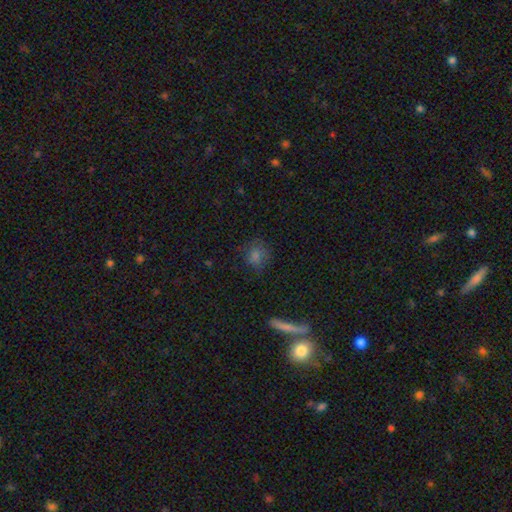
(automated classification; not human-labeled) A smooth galaxy with no disk features (71%) that is round (62%). Merging: none (74%).